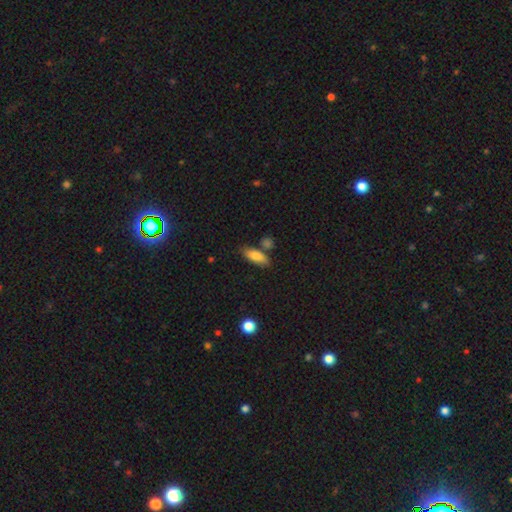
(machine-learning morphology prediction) Smooth or featured? smooth (78%)
How rounded? in between (71%)
Merging? none (72%)